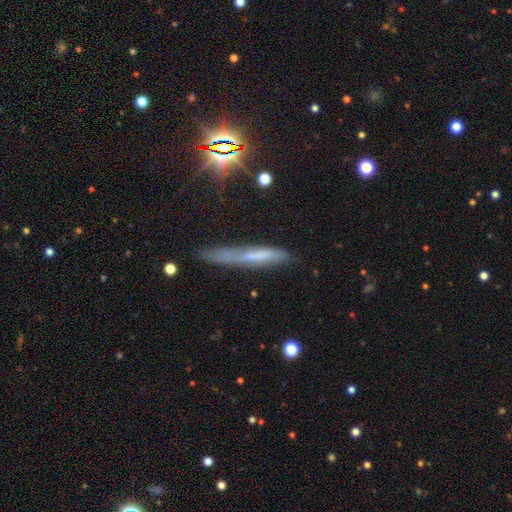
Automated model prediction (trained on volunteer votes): Smooth or featured: smooth — 45% (featured or disk — 41%)
Merging: none — 62% (minor disturbance — 26%)